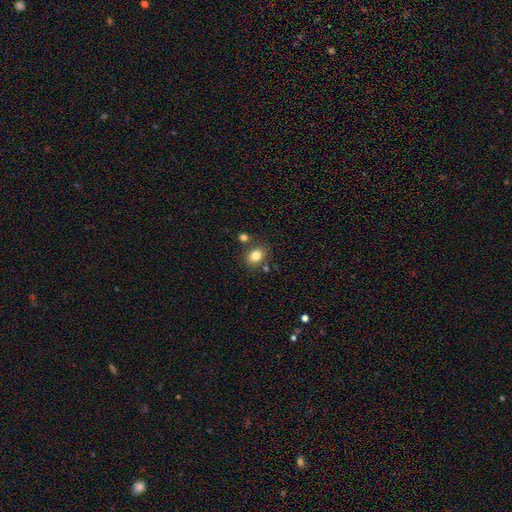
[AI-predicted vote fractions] A smooth galaxy with no disk features (81%) that is in between round and cigar-shaped (51%).

Vote fractions:
- Smooth or featured? smooth: 81% / star or artifact: 11% / featured or disk: 8%
- How rounded? in between: 51% / round: 48% / cigar-shaped: 1%
- Merging? none: 76% / minor disturbance: 12% / merger: 9% / major disturbance: 3%